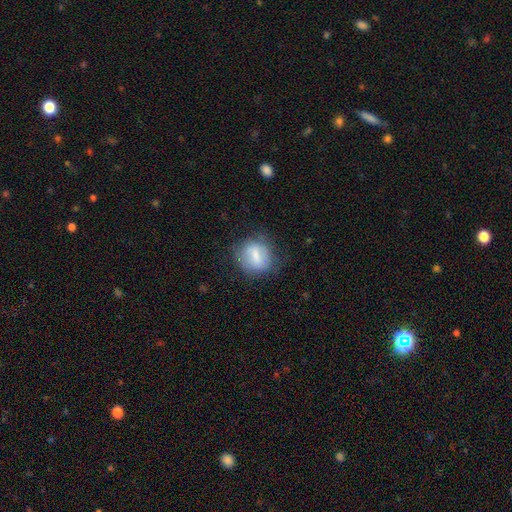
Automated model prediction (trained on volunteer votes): smooth 61%, featured or disk 30%, star or artifact 9%. Down the decision tree: how rounded — round (66%); merging — none (66%).